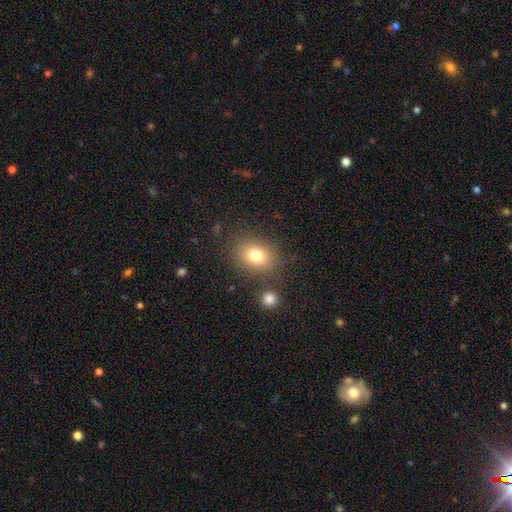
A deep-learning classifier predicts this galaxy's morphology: smooth 79%, star or artifact 11%, featured or disk 10%. Down the decision tree: how rounded — in between (56%); merging — none (80%).